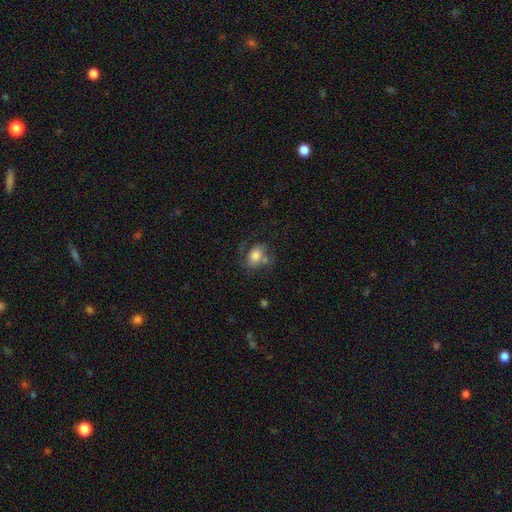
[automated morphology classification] This appears to be a smooth galaxy with no disk features (58%) that is in between round and cigar-shaped (71%). Merging: none (43%).